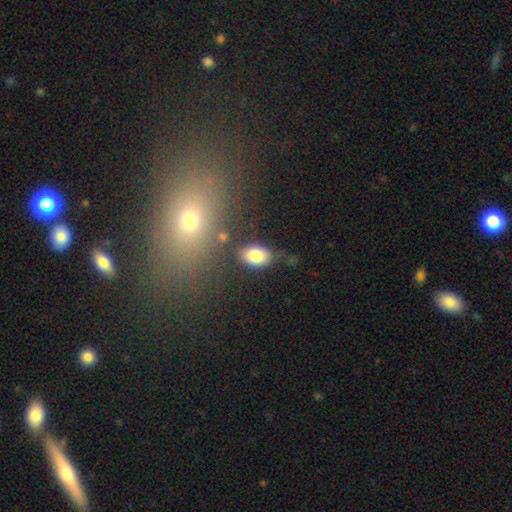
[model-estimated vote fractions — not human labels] smooth 81%, featured or disk 10%, star or artifact 9%. Down the decision tree: how rounded — in between (82%); merging — none (71%).